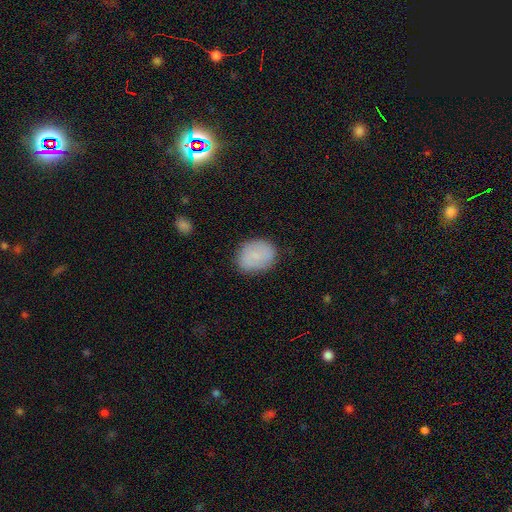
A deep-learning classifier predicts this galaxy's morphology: smooth 83%, featured or disk 10%, star or artifact 7%. Down the decision tree: how rounded — in between (56%); merging — none (80%).